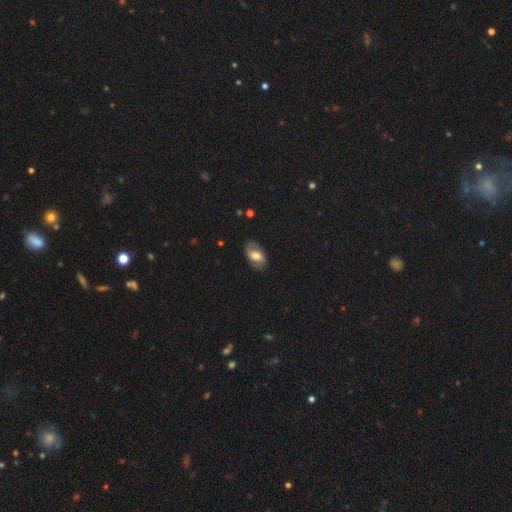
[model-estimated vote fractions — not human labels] Q: Smooth or featured?
A: smooth (57%); runner-up: featured or disk (36%)
Q: How rounded?
A: in between (91%); runner-up: round (7%)
Q: Merging?
A: none (78%); runner-up: minor disturbance (16%)